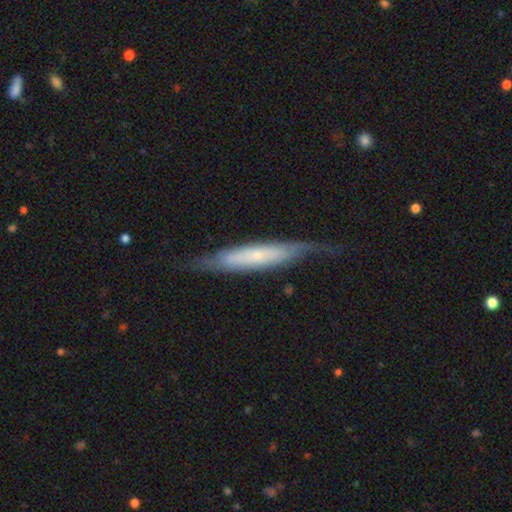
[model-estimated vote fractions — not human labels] Overall: featured or disk (57%; smooth 37%). Edge-on disk: yes (67%; no 33%). Merging: none (67%).